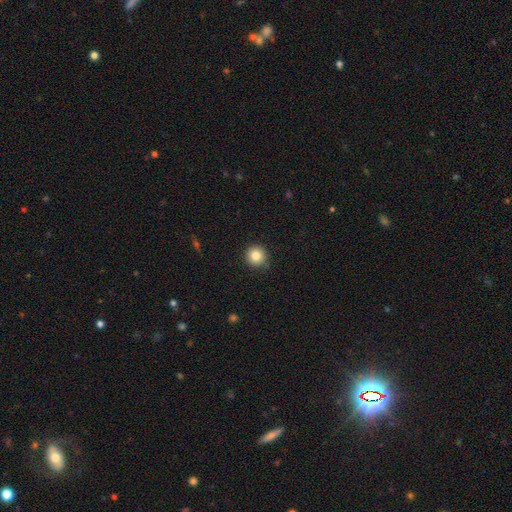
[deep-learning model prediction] smooth 83%, star or artifact 11%, featured or disk 7%. Down the decision tree: how rounded — round (95%); merging — none (88%).